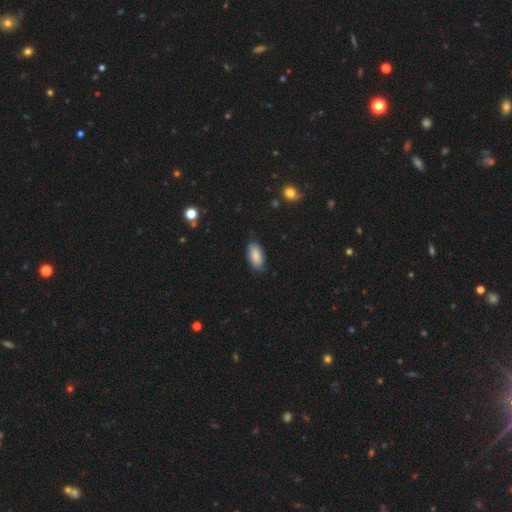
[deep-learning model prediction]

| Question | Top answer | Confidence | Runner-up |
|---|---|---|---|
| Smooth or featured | smooth | 84% | featured or disk (9%) |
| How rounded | in between | 90% | cigar-shaped (8%) |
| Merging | none | 77% | minor disturbance (19%) |